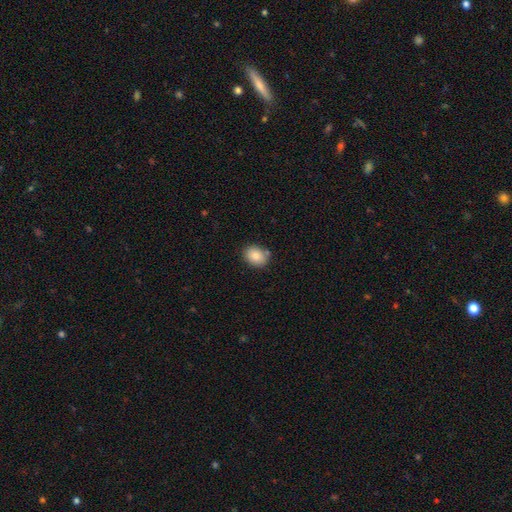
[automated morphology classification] Smooth or featured? Predicted: smooth (p=0.85). How rounded? Predicted: in between (p=0.63). Merging? Predicted: none (p=0.79).